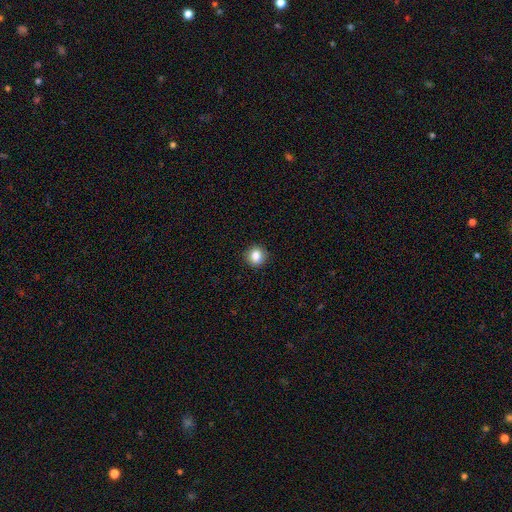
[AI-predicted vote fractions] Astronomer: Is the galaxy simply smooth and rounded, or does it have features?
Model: smooth — 85%.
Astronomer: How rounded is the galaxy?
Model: round — 89%.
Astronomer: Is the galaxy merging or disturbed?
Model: none — 92%.